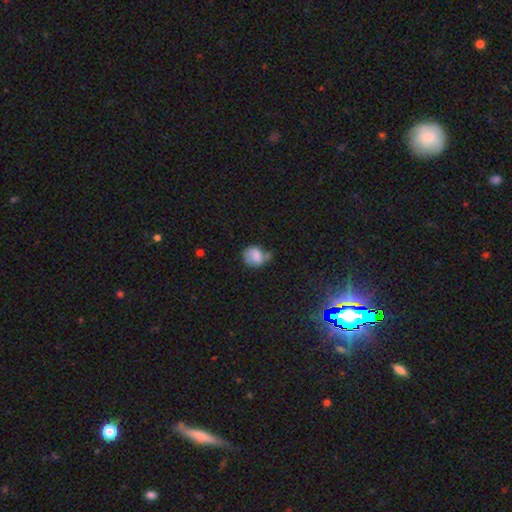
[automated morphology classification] smooth 71%, featured or disk 20%, star or artifact 9%. Down the decision tree: how rounded — round (67%); merging — none (41%).